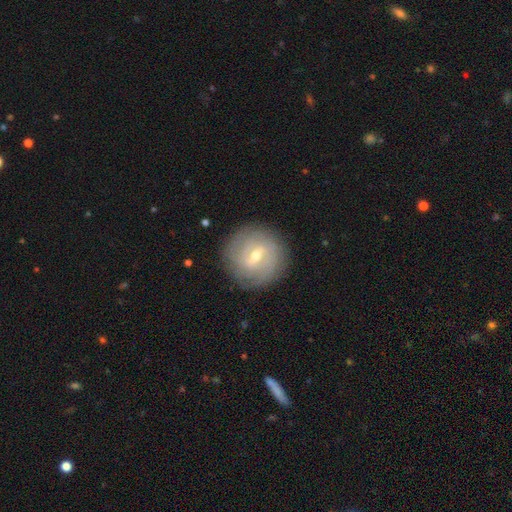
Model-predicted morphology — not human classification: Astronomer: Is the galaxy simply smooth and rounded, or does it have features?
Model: featured or disk — 74%.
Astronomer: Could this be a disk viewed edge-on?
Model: no — 96%.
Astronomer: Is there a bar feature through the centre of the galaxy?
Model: weak — 61%.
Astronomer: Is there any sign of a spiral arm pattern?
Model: yes — 85%.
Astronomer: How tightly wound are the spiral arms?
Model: tight — 67%.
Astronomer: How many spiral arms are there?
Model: can't tell — 40% (runner-up: 2, 31%).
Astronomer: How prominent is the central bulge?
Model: moderate — 51% (runner-up: small, 46%).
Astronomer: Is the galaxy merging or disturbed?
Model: none — 86%.